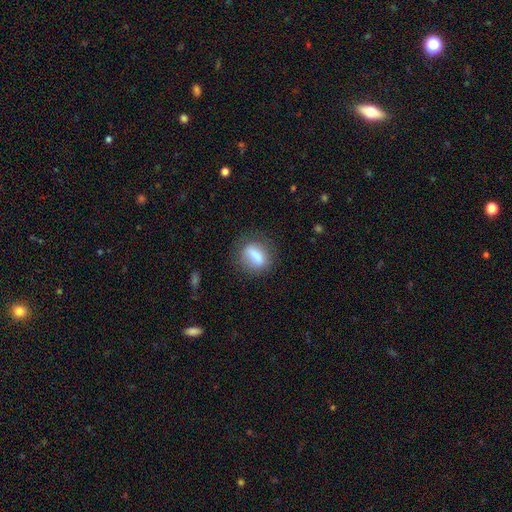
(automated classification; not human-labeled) Morphology: type=smooth (73%); roundness=in between (58%); merging=none (73%).